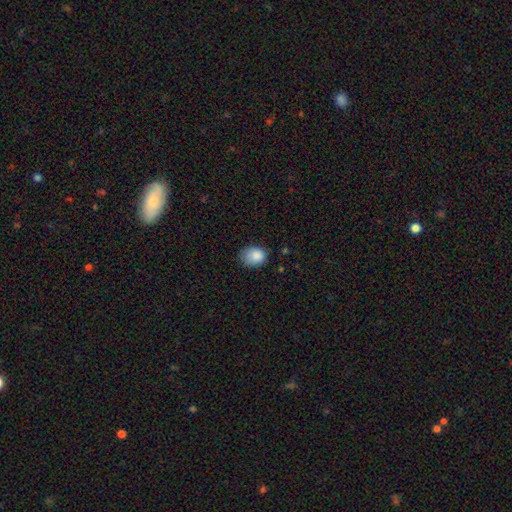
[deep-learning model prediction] Overall: smooth (86%). How rounded: in between (55%; round 44%). Merging: none (64%; minor disturbance 28%).